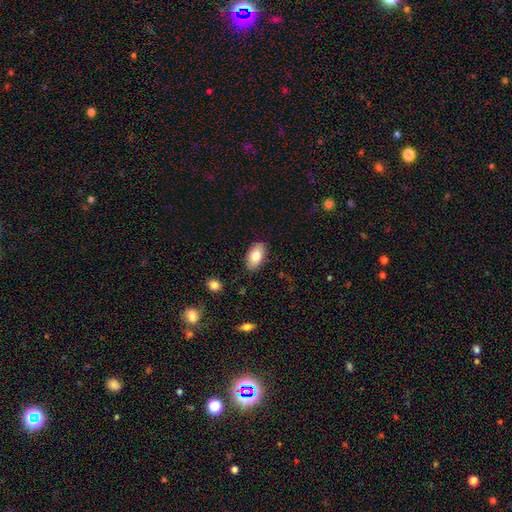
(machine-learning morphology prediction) Smooth or featured? Predicted: smooth (p=0.80). How rounded? Predicted: in between (p=0.93). Merging? Predicted: none (p=0.86).